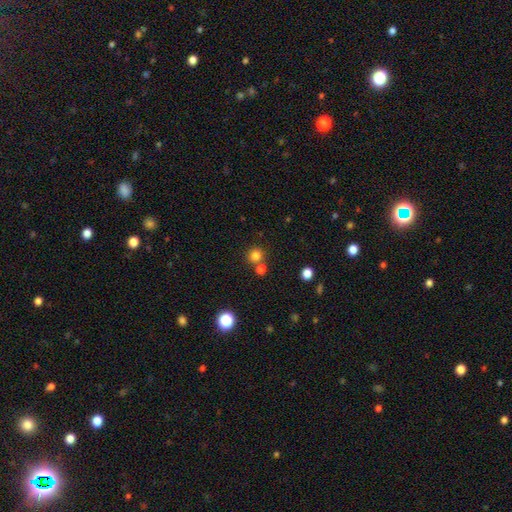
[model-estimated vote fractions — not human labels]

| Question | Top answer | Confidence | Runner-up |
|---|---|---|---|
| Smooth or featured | smooth | 79% | star or artifact (15%) |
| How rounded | round | 91% | in between (8%) |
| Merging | none | 71% | merger (20%) |